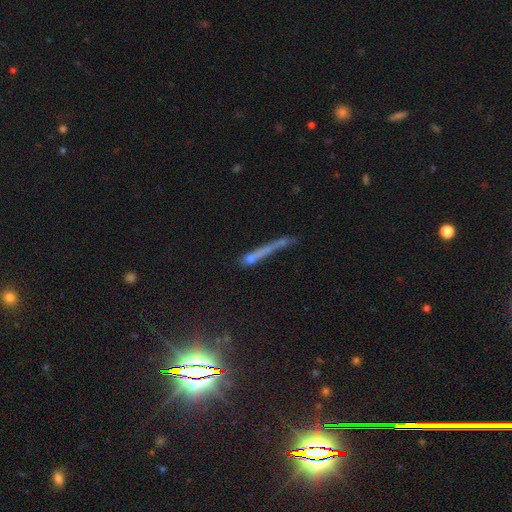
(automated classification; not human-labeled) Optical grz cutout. It shows a smooth galaxy with no disk features (44%). Merging: none (45%).